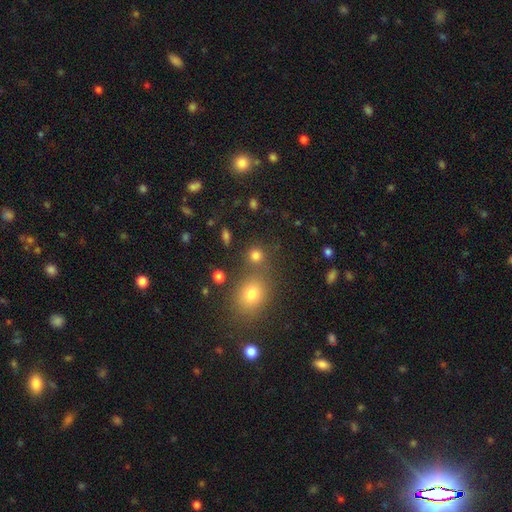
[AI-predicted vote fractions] A smooth galaxy with no disk features (77%) that is round (85%).

Vote fractions:
- Smooth or featured? smooth: 77% / star or artifact: 17% / featured or disk: 7%
- How rounded? round: 85% / in between: 14% / cigar-shaped: 1%
- Merging? none: 71% / merger: 17% / minor disturbance: 8% / major disturbance: 4%